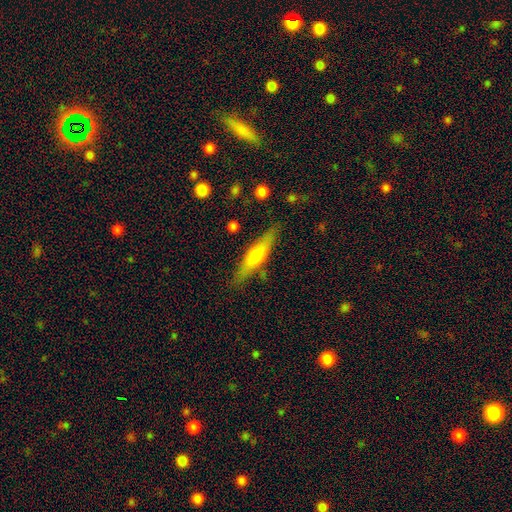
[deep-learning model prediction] smooth-or-featured: smooth: 47% (tied) | featured or disk: 47% (tied) | star or artifact: 6%
  merging: none: 80% | minor disturbance: 14% | major disturbance: 3% | merger: 3%